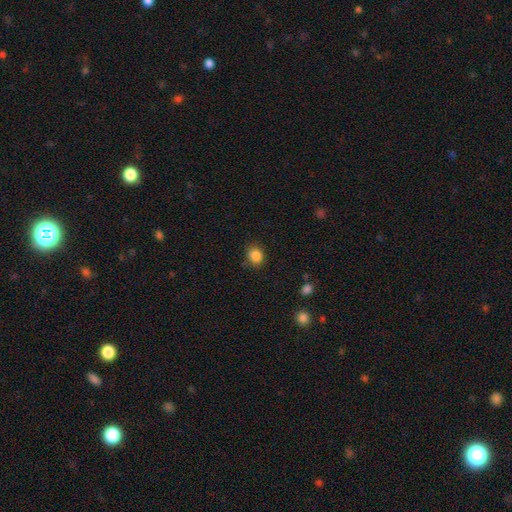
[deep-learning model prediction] The model was most divided on "how rounded": round: 63%, in between: 36%, cigar-shaped: 1%. More confident: smooth or featured — smooth (86%); merging — none (83%).